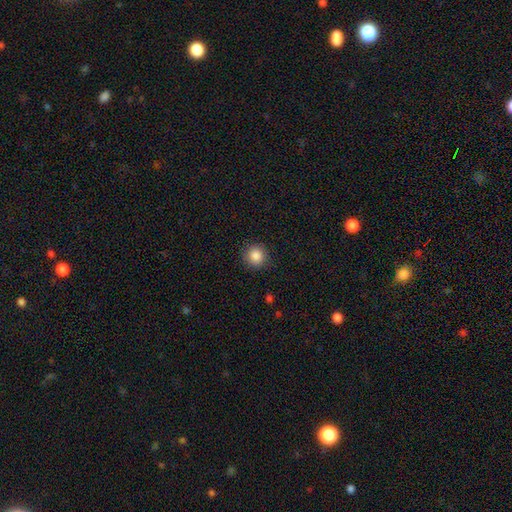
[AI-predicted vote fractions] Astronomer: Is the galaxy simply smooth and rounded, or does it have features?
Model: smooth — 86%.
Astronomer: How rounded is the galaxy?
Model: round — 93%.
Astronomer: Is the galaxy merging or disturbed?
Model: none — 89%.